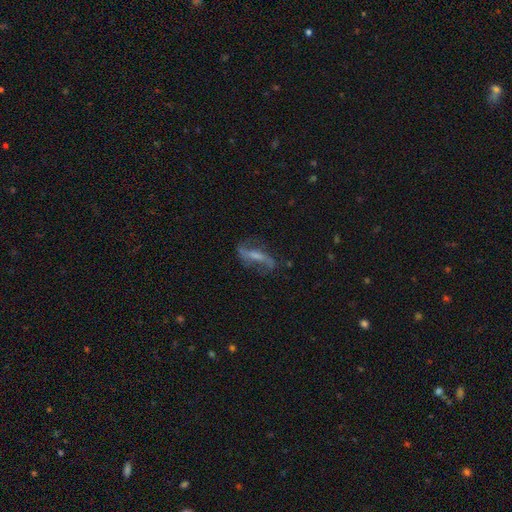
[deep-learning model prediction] Smooth or featured? Predicted: featured or disk (p=0.74). Edge-on disk? Predicted: no (p=0.87). Bar? Predicted: strong (p=0.41). Spiral arms? Predicted: yes (p=0.90). Spiral winding? Predicted: loose (p=0.70). Spiral arm count? Predicted: 2 (p=0.89). Bulge size? Predicted: small (p=0.37). Merging? Predicted: none (p=0.66).